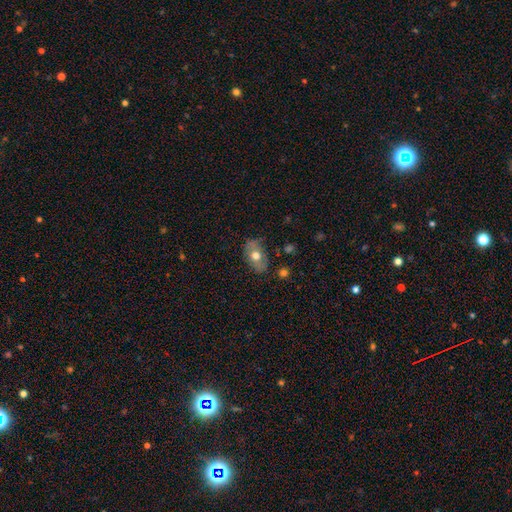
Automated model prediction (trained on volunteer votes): This appears to be a smooth galaxy with no disk features (62%) that is in between round and cigar-shaped (85%). Merging: none (79%).